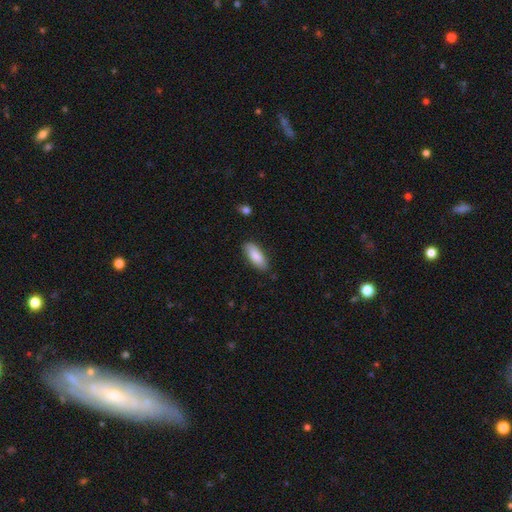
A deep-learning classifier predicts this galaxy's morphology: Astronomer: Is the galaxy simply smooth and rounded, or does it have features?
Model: smooth — 85%.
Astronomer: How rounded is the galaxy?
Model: in between — 79%.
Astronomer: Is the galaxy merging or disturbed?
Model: none — 83%.